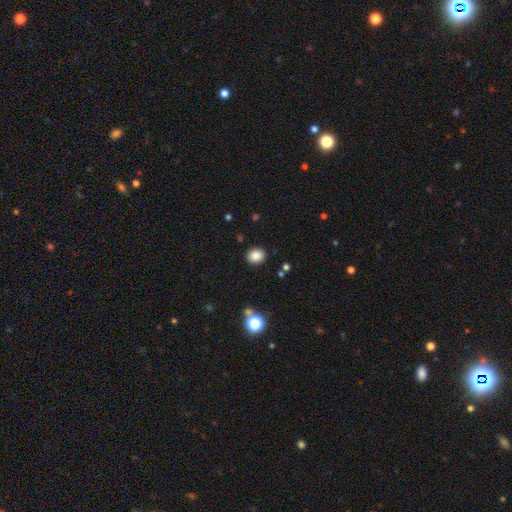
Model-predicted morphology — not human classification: Overall: smooth (85%). How rounded: round (75%). Merging: none (90%).